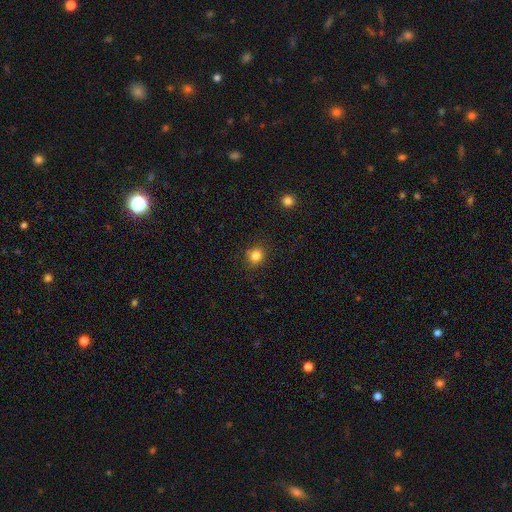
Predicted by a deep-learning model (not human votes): Smooth or featured? smooth (83%)
How rounded? round (83%)
Merging? none (86%)